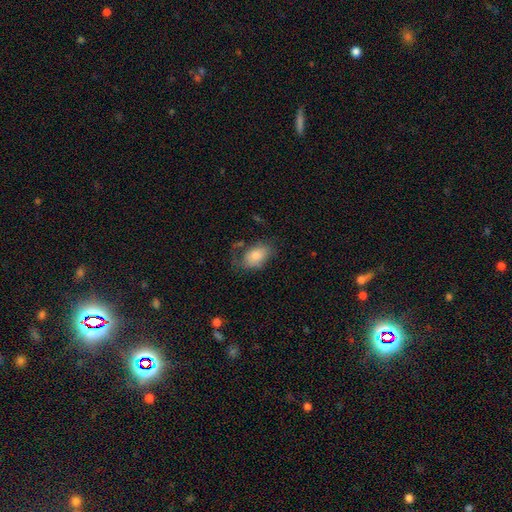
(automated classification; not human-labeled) smooth-or-featured: smooth: 78% | featured or disk: 15% | star or artifact: 7%
  how-rounded: in between: 90% | round: 9% | cigar-shaped: 1%
  merging: none: 50% | minor disturbance: 26% | major disturbance: 20% | merger: 5%